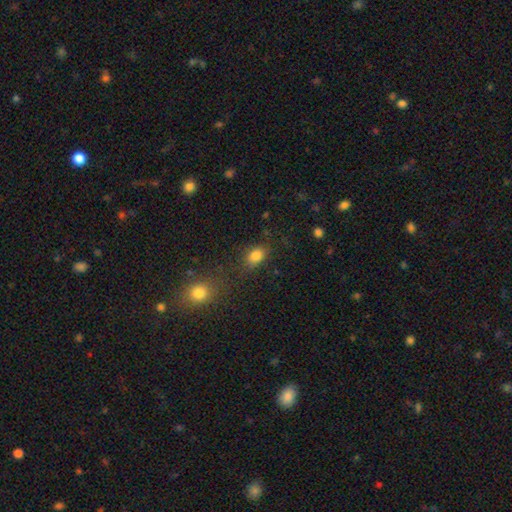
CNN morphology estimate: smooth-or-featured: smooth: 83% | star or artifact: 11% | featured or disk: 6%
  how-rounded: in between: 76% | round: 23% | cigar-shaped: 2%
  merging: none: 72% | minor disturbance: 15% | merger: 6% | major disturbance: 6%